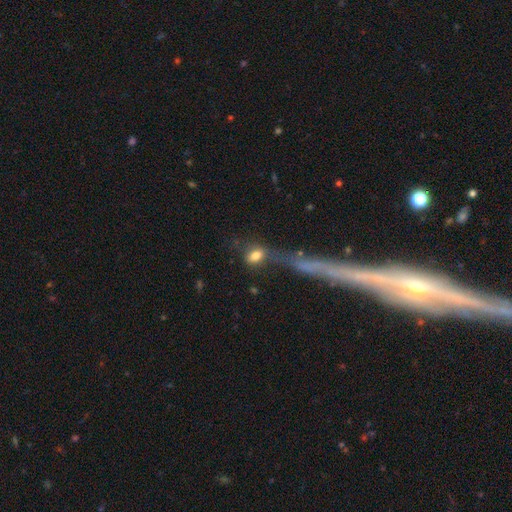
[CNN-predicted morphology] Smooth or featured? Predicted: smooth (p=0.74). How rounded? Predicted: in between (p=0.67). Merging? Predicted: none (p=0.41).